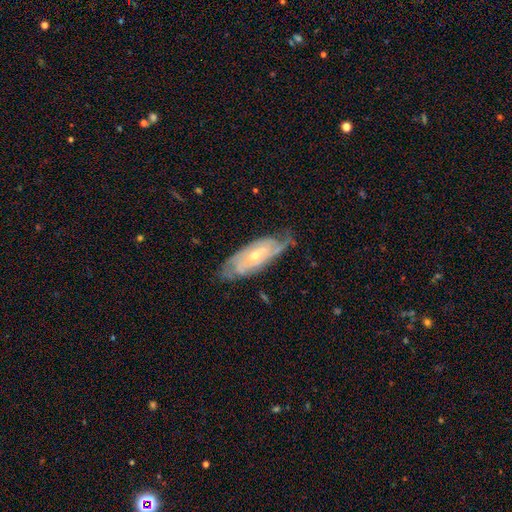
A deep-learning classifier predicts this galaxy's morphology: This appears to be a featured or disk galaxy (78%) with no bar (61%), 2 (40%) tight (59%) spiral arms (91%) and a small central bulge (62%). Merging: none (69%).